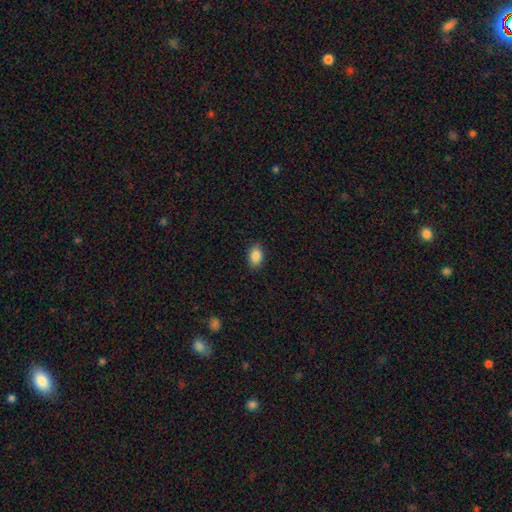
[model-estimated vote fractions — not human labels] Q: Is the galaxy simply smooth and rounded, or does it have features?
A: smooth — 89%.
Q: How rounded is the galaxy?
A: in between — 88%.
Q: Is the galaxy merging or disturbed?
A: none — 87%.